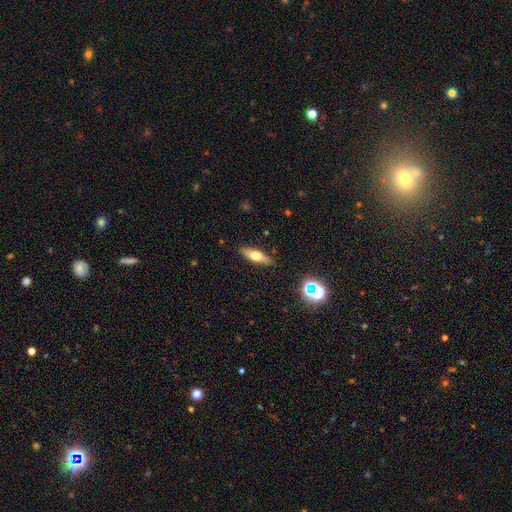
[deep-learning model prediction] A smooth galaxy with no disk features (48%). Merging: none (88%).